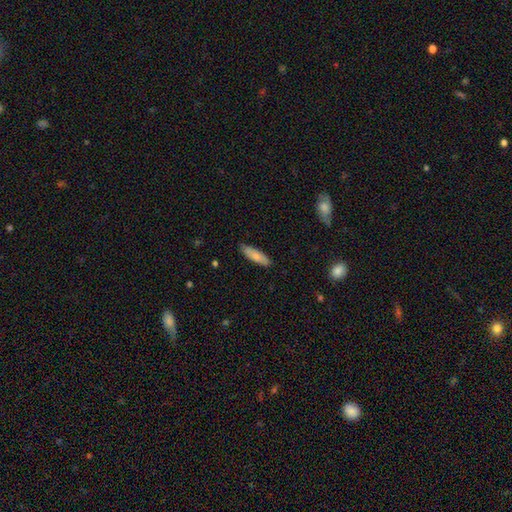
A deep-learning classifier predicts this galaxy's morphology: A smooth galaxy with no disk features (80%) that is cigar-shaped (55%).

Vote fractions:
- Smooth or featured? smooth: 80% / featured or disk: 14% / star or artifact: 6%
- How rounded? cigar-shaped: 55% / in between: 44% / round: 2%
- Merging? none: 84% / minor disturbance: 13% / major disturbance: 2% / merger: 1%